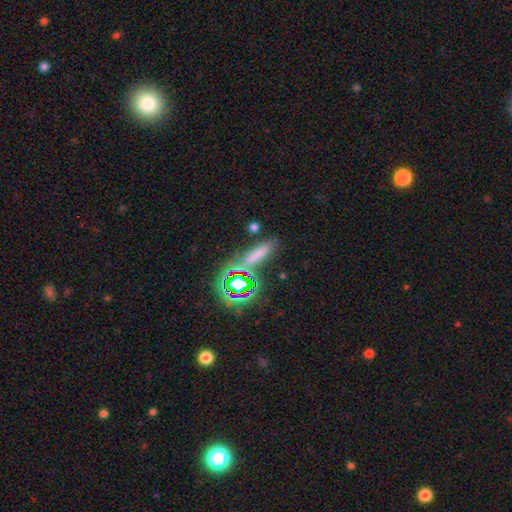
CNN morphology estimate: A smooth galaxy with no disk features (58%) that is cigar-shaped (70%).

Vote fractions:
- Smooth or featured? smooth: 58% / star or artifact: 30% / featured or disk: 13%
- How rounded? cigar-shaped: 70% / in between: 23% / round: 7%
- Merging? none: 74% / minor disturbance: 13% / merger: 8% / major disturbance: 5%